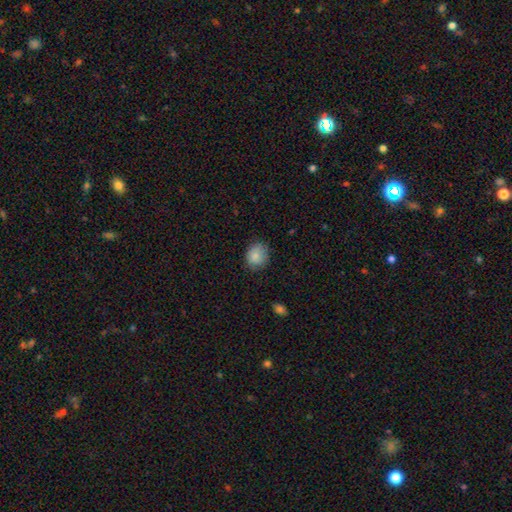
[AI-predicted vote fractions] Smooth or featured? Predicted: smooth (p=0.85). How rounded? Predicted: round (p=0.67). Merging? Predicted: none (p=0.77).